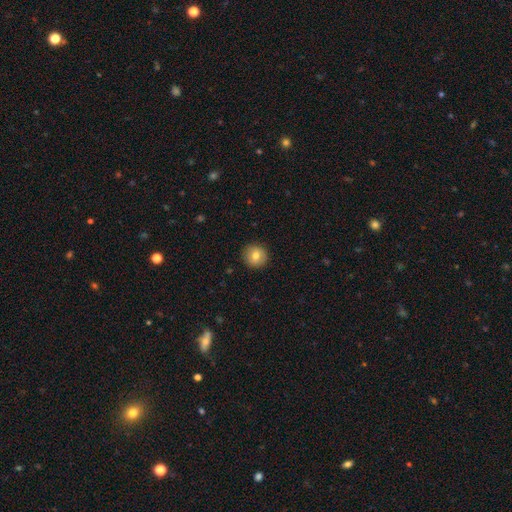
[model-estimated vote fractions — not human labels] Smooth or featured? smooth (79%)
How rounded? round (94%)
Merging? none (92%)